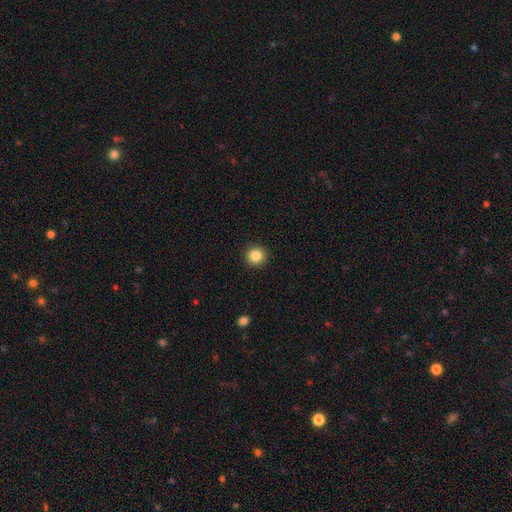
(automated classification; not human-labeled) Morphology: type=smooth (86%); roundness=round (94%); merging=none (93%).